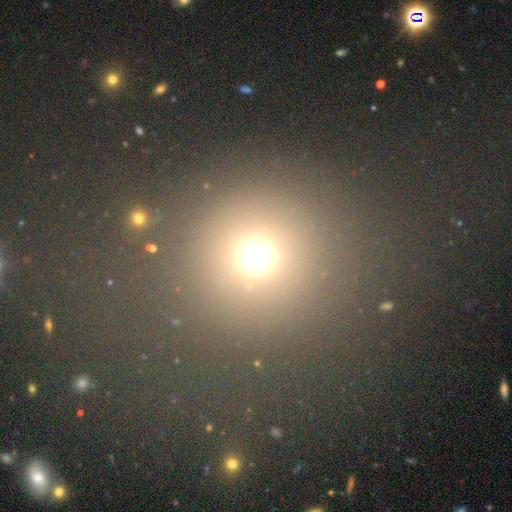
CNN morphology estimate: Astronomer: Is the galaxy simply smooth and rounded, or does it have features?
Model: smooth — 67%.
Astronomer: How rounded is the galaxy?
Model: round — 92%.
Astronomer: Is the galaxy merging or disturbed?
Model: none — 81%.